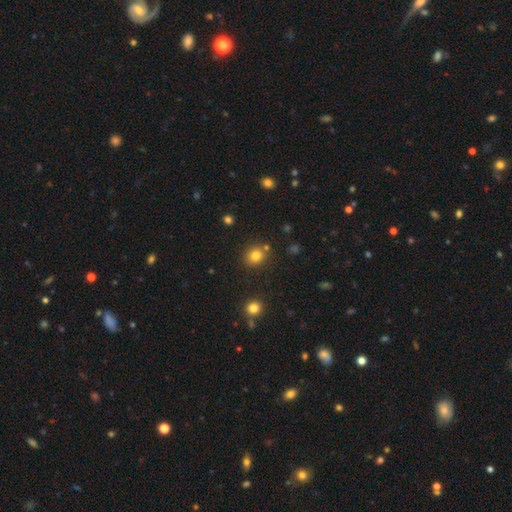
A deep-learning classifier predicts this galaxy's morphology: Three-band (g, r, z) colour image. It shows a smooth galaxy with no disk features (80%) that is round (81%). Merging: none (82%).